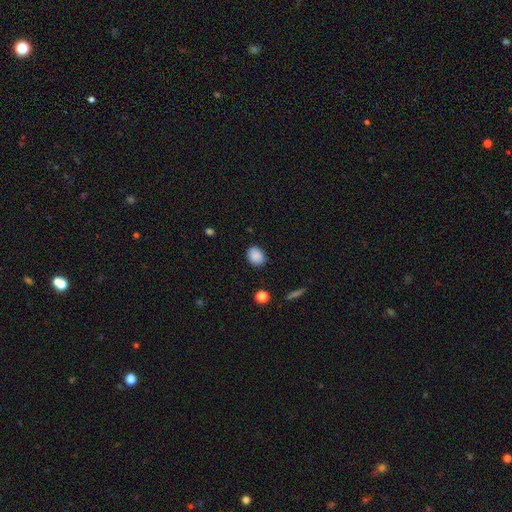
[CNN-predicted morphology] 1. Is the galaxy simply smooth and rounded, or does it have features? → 88% smooth, 8% star or artifact, 4% featured or disk.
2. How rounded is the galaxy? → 55% in between, 43% round, 1% cigar-shaped.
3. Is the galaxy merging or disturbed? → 84% none, 12% minor disturbance, 3% major disturbance, 1% merger.